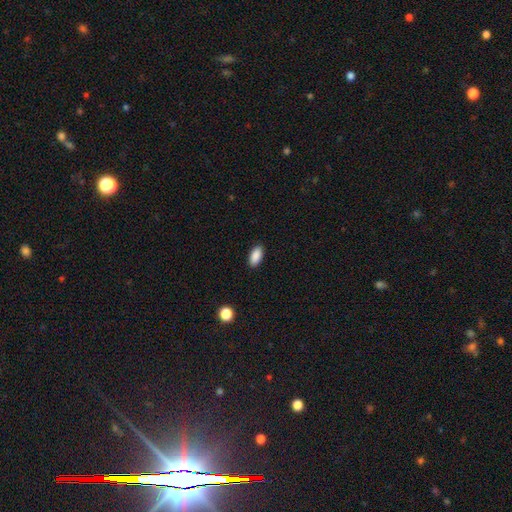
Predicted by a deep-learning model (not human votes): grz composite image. It shows a smooth galaxy with no disk features (90%) that is in between round and cigar-shaped (91%). Merging: none (89%).